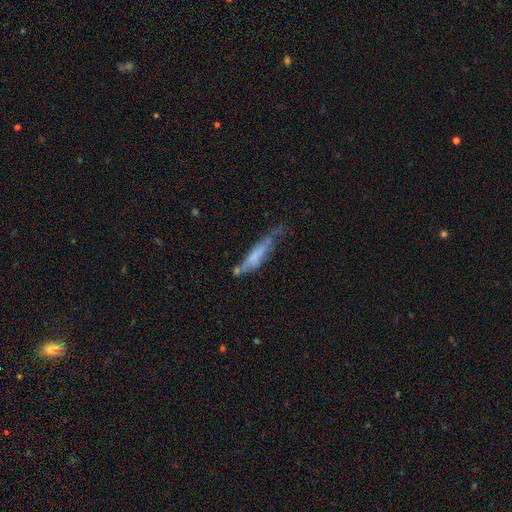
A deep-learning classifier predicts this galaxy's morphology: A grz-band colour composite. It shows a smooth galaxy with no disk features (51%) that is cigar-shaped (80%). Merging: none (36%).